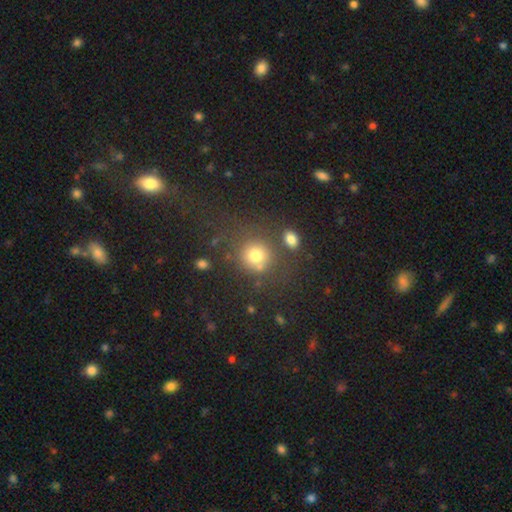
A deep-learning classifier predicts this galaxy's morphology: This appears to be a smooth galaxy with no disk features (76%) that is round (84%). Merging: none (67%).